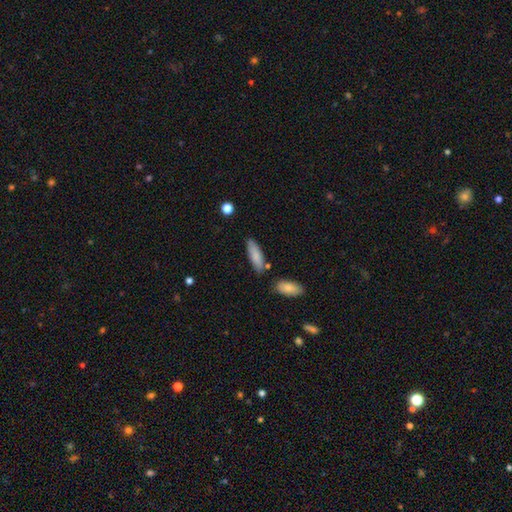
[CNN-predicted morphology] A smooth galaxy with no disk features (84%) that is in between round and cigar-shaped (54%).

Vote fractions:
- Smooth or featured? smooth: 84% / featured or disk: 10% / star or artifact: 6%
- How rounded? in between: 54% / cigar-shaped: 44% / round: 2%
- Merging? none: 75% / minor disturbance: 15% / merger: 7% / major disturbance: 3%